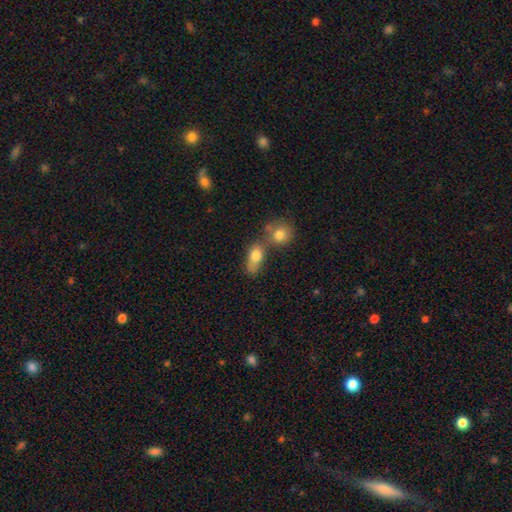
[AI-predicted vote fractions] smooth_or_featured: smooth (p=0.78) [alt: featured or disk p=0.13]
how_rounded: in between (p=0.71) [alt: round p=0.21]
merging: merger (p=0.46) [alt: none p=0.32]